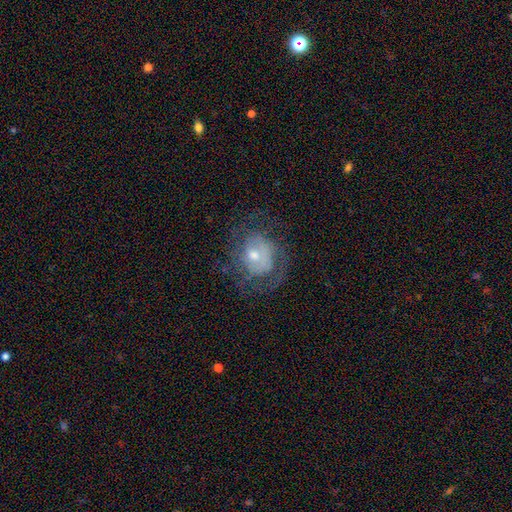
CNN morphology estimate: Overall: featured or disk (60%; smooth 32%). Edge-on disk: no (97%). Bar: no (73%). Spiral arms: yes (61%; no 39%). Bulge size: moderate (55%; small 36%). Merging: none (57%; major disturbance 22%).